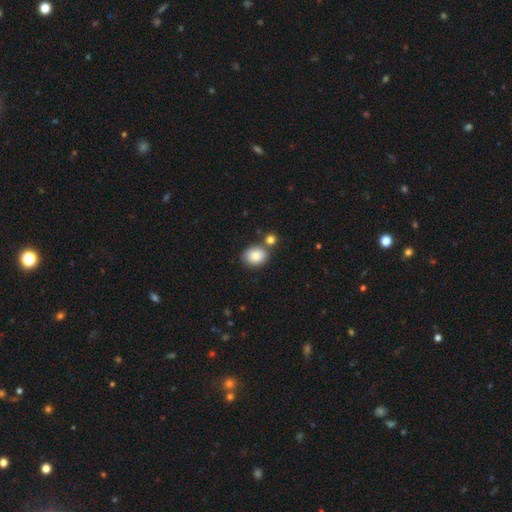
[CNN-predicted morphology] Q: Smooth or featured?
A: smooth (83%); runner-up: featured or disk (9%)
Q: How rounded?
A: in between (54%); runner-up: round (45%)
Q: Merging?
A: none (67%); runner-up: merger (17%)